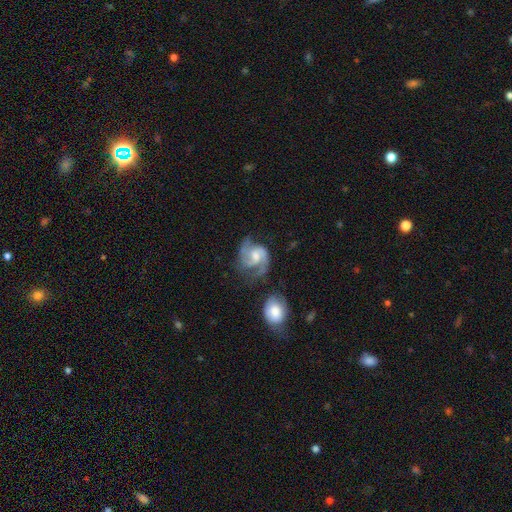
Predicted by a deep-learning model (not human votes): The model was most divided on "bar": weak: 48%, no: 42%, strong: 10%. Remaining: edge-on disk — no (98%); spiral arms — yes (97%); smooth or featured — featured or disk (87%); spiral arm count — 2 (83%); merging — none (57%); spiral winding — medium (57%); bulge size — moderate (49%).